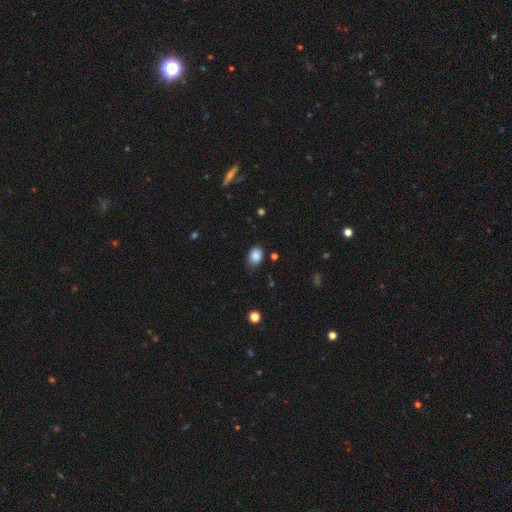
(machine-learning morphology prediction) This is clearly a smooth galaxy (87%). How rounded: likely in between (62%). Merging: likely none (74%).